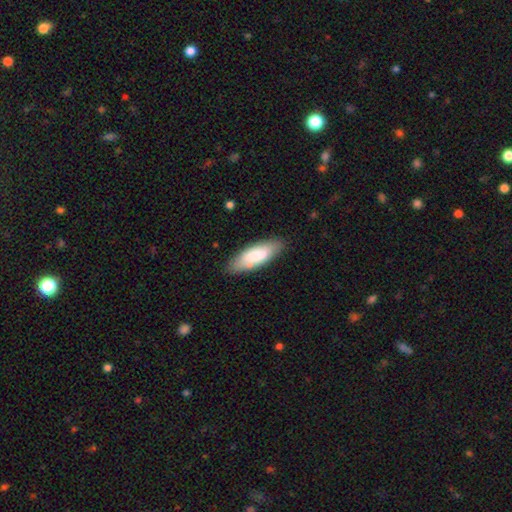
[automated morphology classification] Smooth or featured?
  - smooth: 77% *
  - featured or disk: 17%
  - star or artifact: 6%
How rounded?
  - in between: 67% *
  - cigar-shaped: 32%
  - round: 2%
Merging?
  - none: 81% *
  - minor disturbance: 14%
  - major disturbance: 3%
  - merger: 2%